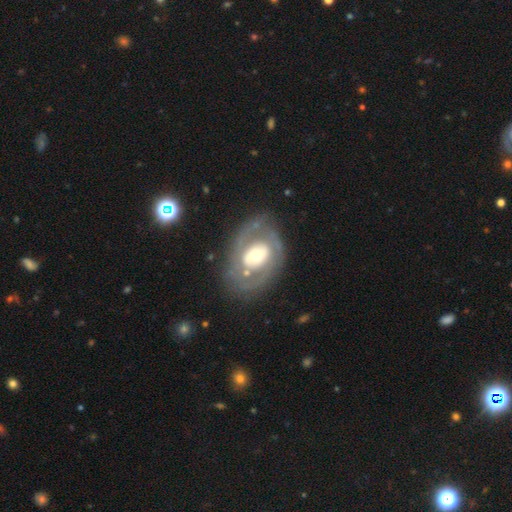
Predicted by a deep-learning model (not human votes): The model was most divided on "spiral arms": no: 51%, yes: 49%. More confident: edge-on disk — no (95%); merging — none (70%); smooth or featured — featured or disk (69%); bulge size — moderate (62%); bar — no (62%).